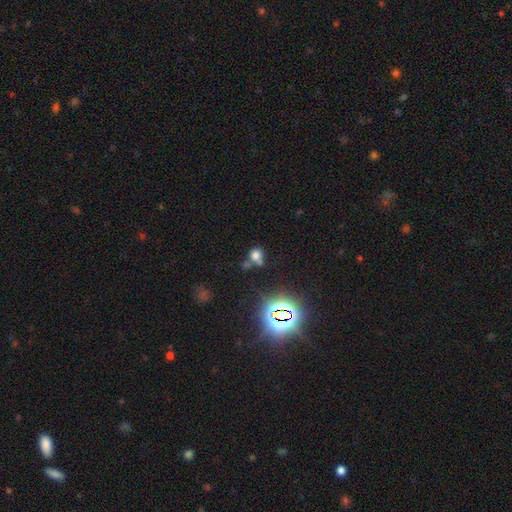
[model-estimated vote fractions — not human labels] Smooth or featured? smooth (60%)
How rounded? round (62%)
Merging? none (42%)